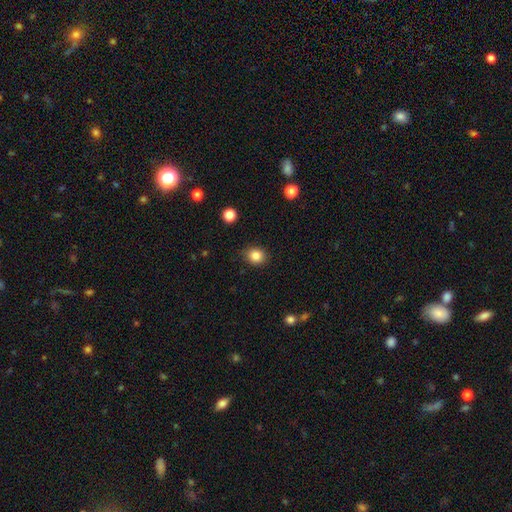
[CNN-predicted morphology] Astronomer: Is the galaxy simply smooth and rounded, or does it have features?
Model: smooth — 84%.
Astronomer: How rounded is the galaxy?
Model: round — 72%.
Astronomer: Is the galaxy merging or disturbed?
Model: none — 86%.